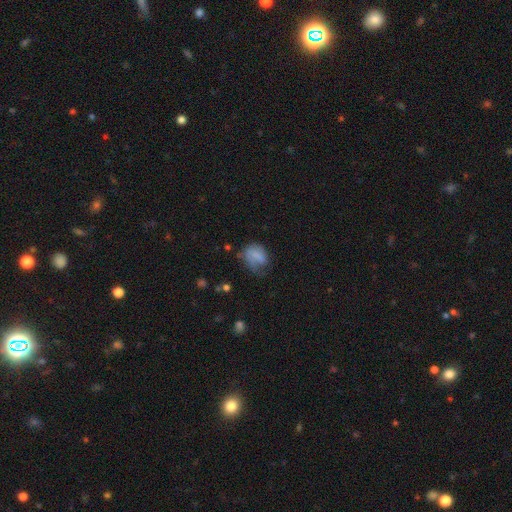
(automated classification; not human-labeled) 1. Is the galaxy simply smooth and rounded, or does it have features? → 64% smooth, 26% featured or disk, 9% star or artifact.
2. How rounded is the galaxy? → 66% in between, 32% round, 2% cigar-shaped.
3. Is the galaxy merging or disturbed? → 35% none, 31% minor disturbance, 31% major disturbance, 3% merger.